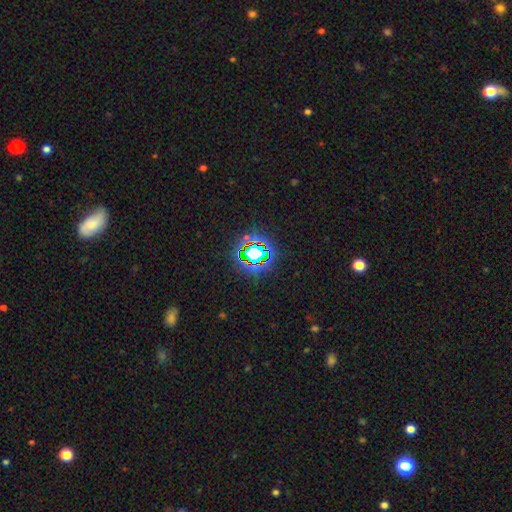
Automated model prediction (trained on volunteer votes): Smooth or featured? star or artifact (70%)